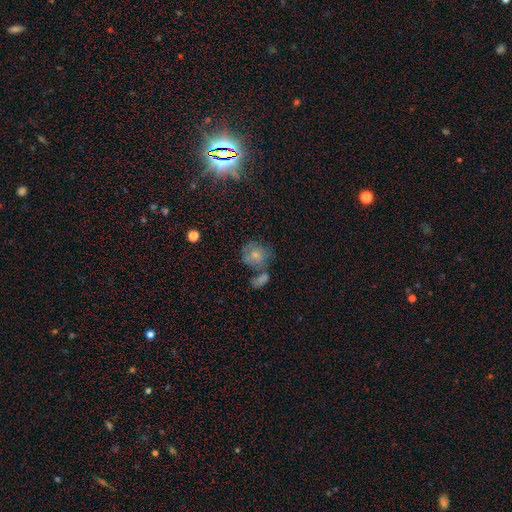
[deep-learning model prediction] Smooth or featured? Predicted: smooth (p=0.62). How rounded? Predicted: round (p=0.74). Merging? Predicted: none (p=0.41).